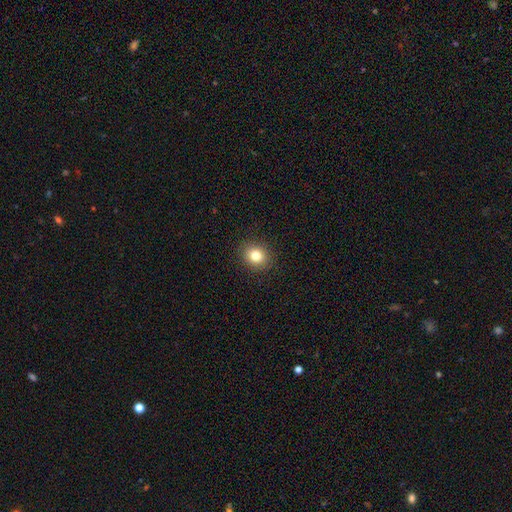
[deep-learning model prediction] Smooth or featured? smooth (81%)
How rounded? round (72%)
Merging? none (91%)